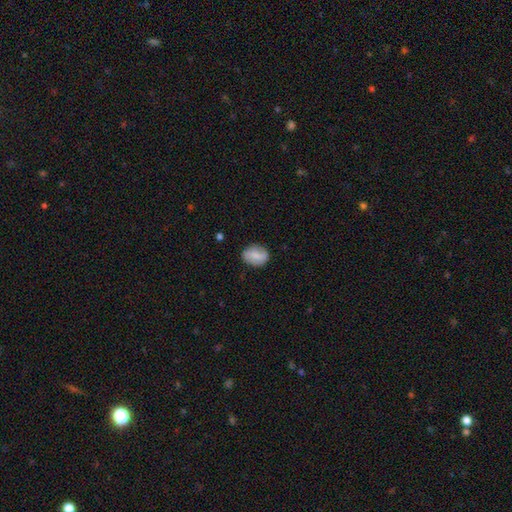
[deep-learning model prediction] smooth-or-featured: smooth: 66% | featured or disk: 27% | star or artifact: 7%
  how-rounded: in between: 62% | round: 37% | cigar-shaped: 1%
  merging: none: 81% | minor disturbance: 14% | major disturbance: 3% | merger: 1%